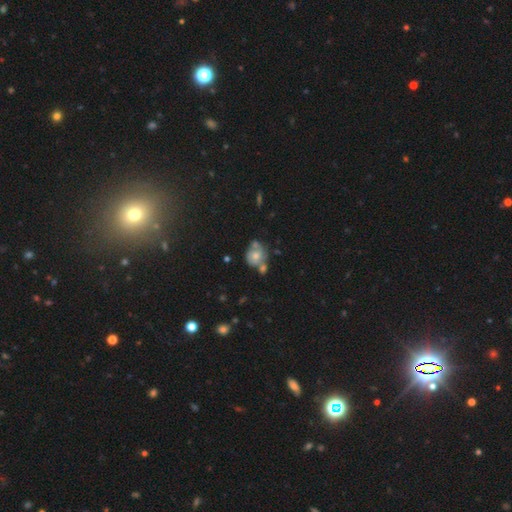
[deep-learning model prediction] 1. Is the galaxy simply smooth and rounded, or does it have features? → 49% smooth, 41% featured or disk, 10% star or artifact.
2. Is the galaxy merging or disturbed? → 39% none, 31% merger, 20% minor disturbance, 9% major disturbance.